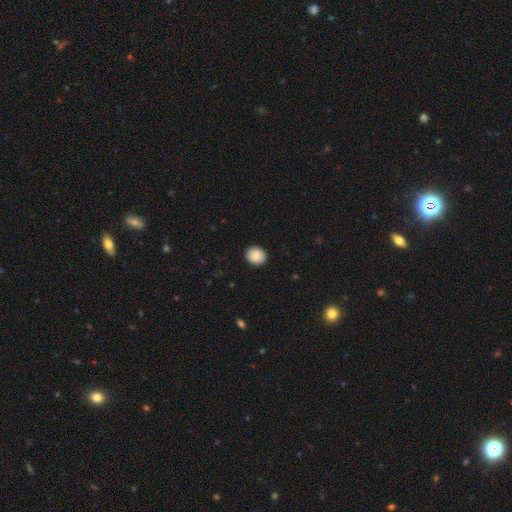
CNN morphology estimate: Smooth or featured? Predicted: smooth (p=0.89). How rounded? Predicted: round (p=0.74). Merging? Predicted: none (p=0.91).